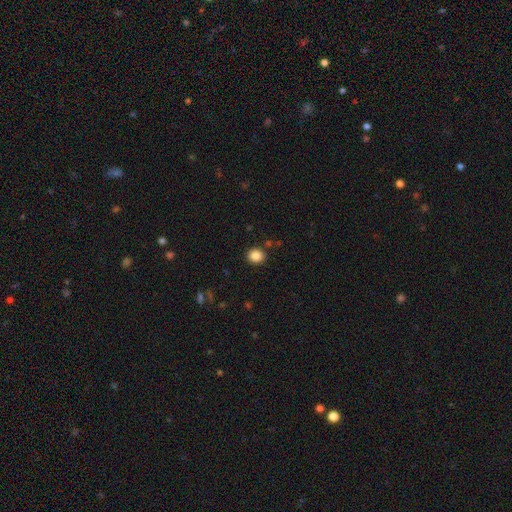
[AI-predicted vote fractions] A smooth galaxy with no disk features (87%) that is round (78%).

Vote fractions:
- Smooth or featured? smooth: 87% / star or artifact: 10% / featured or disk: 3%
- How rounded? round: 78% / in between: 21% / cigar-shaped: 1%
- Merging? none: 88% / minor disturbance: 8% / major disturbance: 2% / merger: 2%